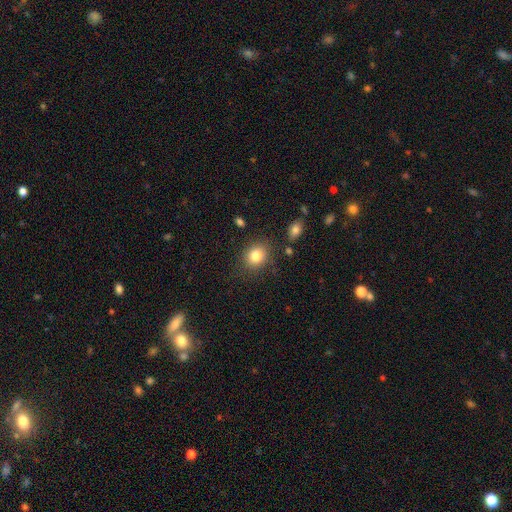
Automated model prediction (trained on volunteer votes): Morphology: type=smooth (82%); roundness=round (69%); merging=none (82%).